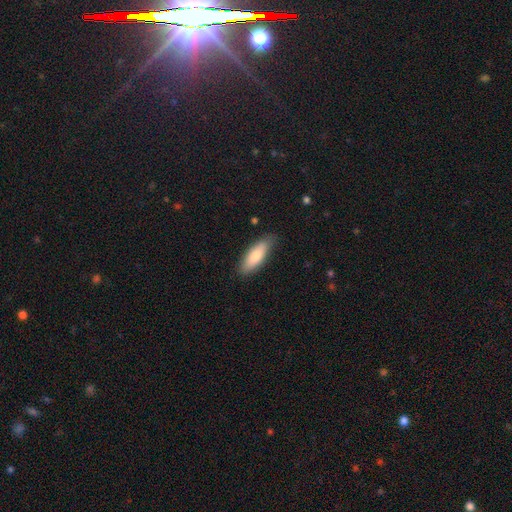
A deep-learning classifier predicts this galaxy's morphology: This appears to be a smooth galaxy with no disk features (81%) that is in between round and cigar-shaped (60%). Merging: none (84%).